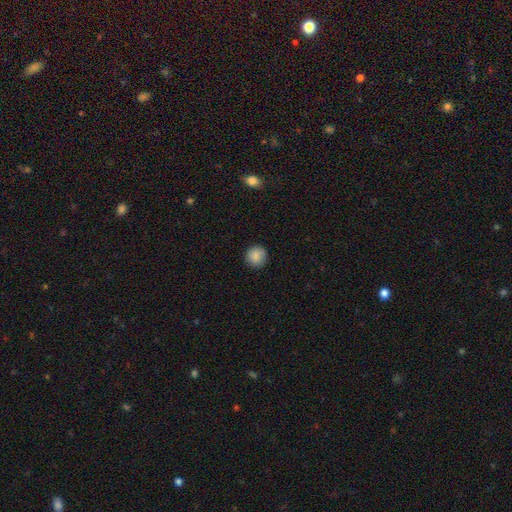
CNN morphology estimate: A smooth galaxy with no disk features (87%) that is round (93%). Merging: none (89%).